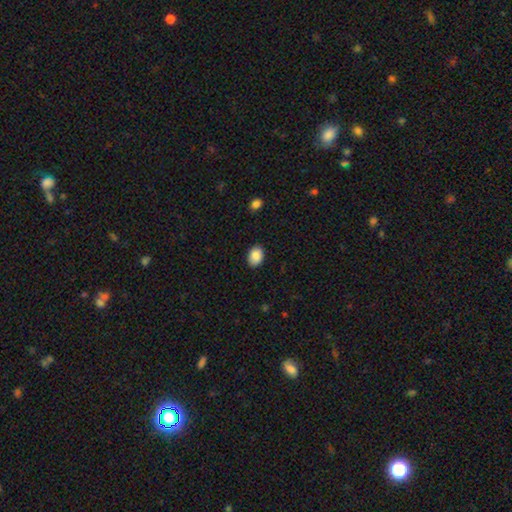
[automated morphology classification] smooth-or-featured: smooth: 89% | star or artifact: 7% | featured or disk: 4%
  how-rounded: in between: 78% | round: 21% | cigar-shaped: 1%
  merging: none: 88% | minor disturbance: 9% | major disturbance: 2% | merger: 1%